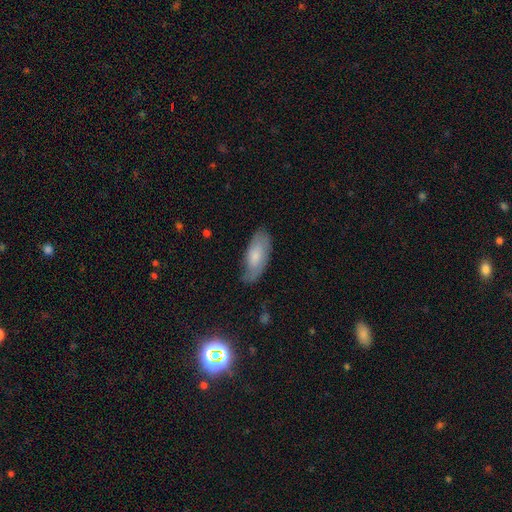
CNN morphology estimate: smooth-or-featured: smooth: 62% | featured or disk: 31% | star or artifact: 7%
  how-rounded: in between: 84% | cigar-shaped: 14% | round: 2%
  merging: none: 67% | minor disturbance: 25% | major disturbance: 7% | merger: 1%